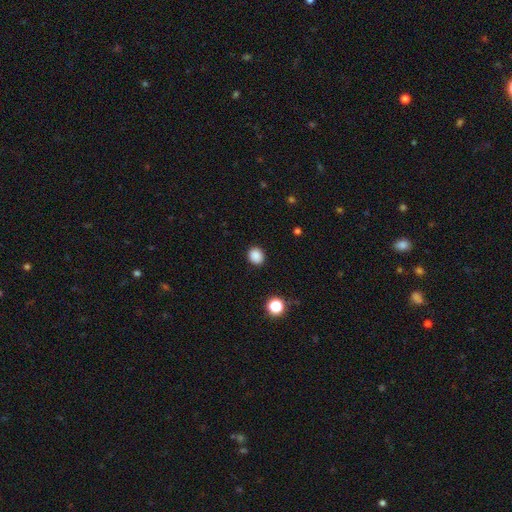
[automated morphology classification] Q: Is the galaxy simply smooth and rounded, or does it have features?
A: smooth — 87%.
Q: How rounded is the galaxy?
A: round — 70%.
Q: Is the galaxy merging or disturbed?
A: none — 90%.